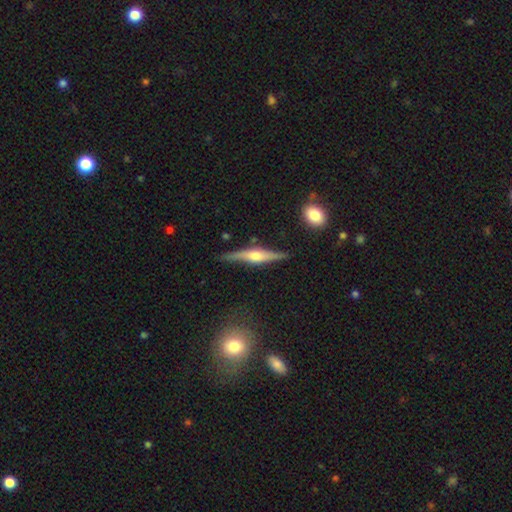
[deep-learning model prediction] Smooth or featured? Predicted: featured or disk (p=0.75). Edge-on disk? Predicted: yes (p=0.96). Edge-on bulge? Predicted: rounded (p=0.86). Merging? Predicted: none (p=0.83).